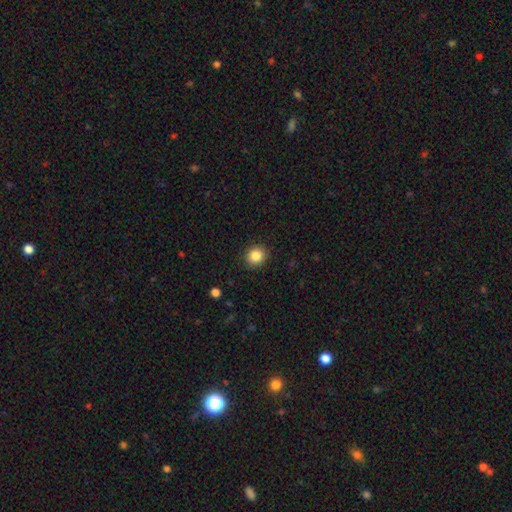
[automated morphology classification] Smooth or featured? smooth (86%)
How rounded? round (83%)
Merging? none (91%)